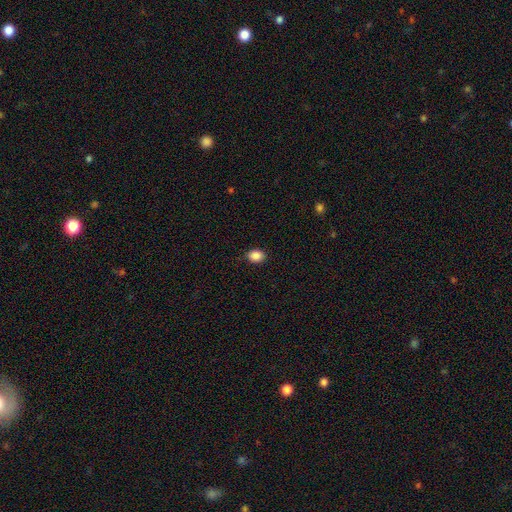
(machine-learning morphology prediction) A smooth galaxy with no disk features (89%) that is in between round and cigar-shaped (64%). Merging: none (87%).